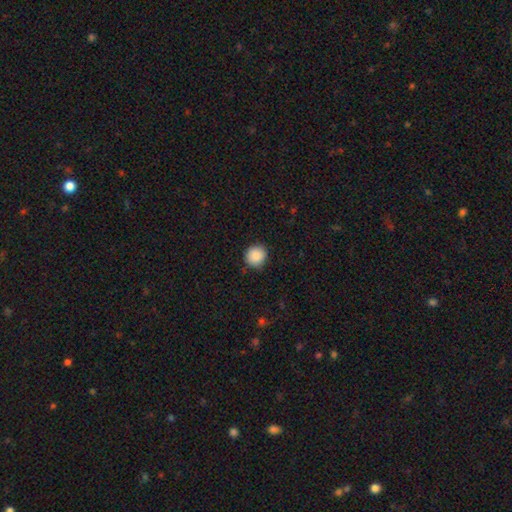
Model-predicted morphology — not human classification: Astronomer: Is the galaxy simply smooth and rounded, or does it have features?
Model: smooth — 88%.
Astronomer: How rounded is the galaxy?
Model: round — 93%.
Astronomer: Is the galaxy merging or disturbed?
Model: none — 88%.